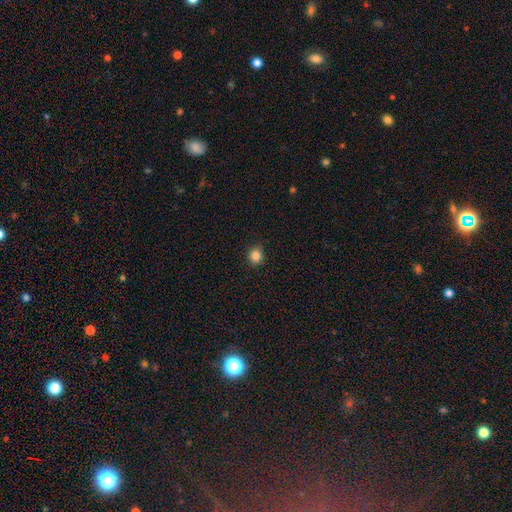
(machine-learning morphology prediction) A smooth galaxy with no disk features (84%) that is round (85%). Merging: none (88%).